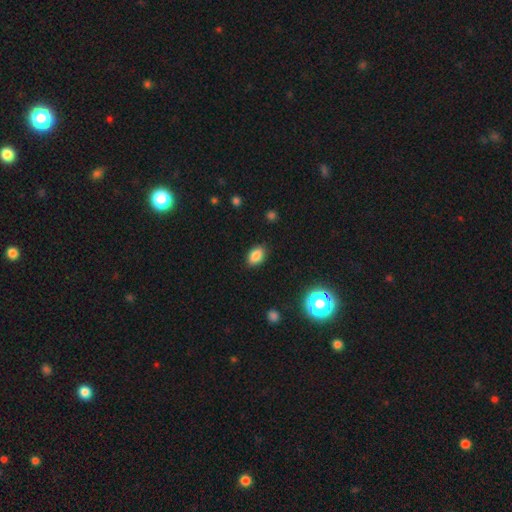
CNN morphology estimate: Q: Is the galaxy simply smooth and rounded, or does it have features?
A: smooth — 85%.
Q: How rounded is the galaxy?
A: in between — 85%.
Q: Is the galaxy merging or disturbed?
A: none — 86%.